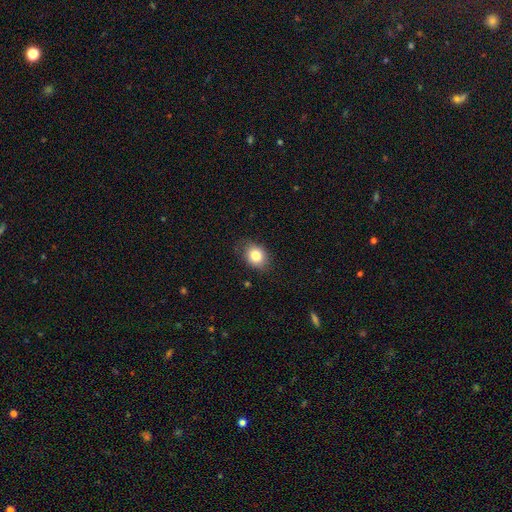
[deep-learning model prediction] Morphology: type=smooth (81%); roundness=in between (54%); merging=none (79%).